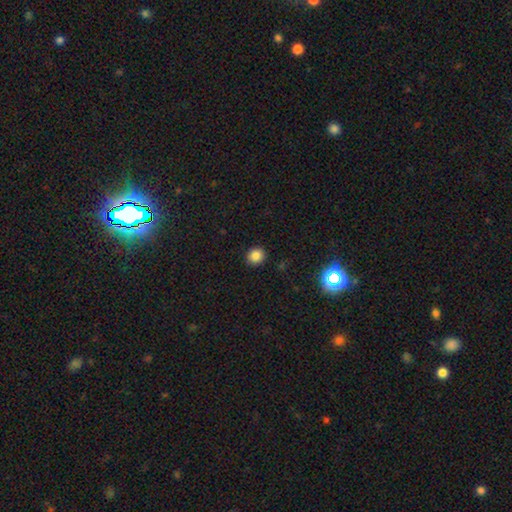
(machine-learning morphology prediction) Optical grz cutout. It shows a smooth galaxy with no disk features (84%) that is round (85%). Merging: none (91%).